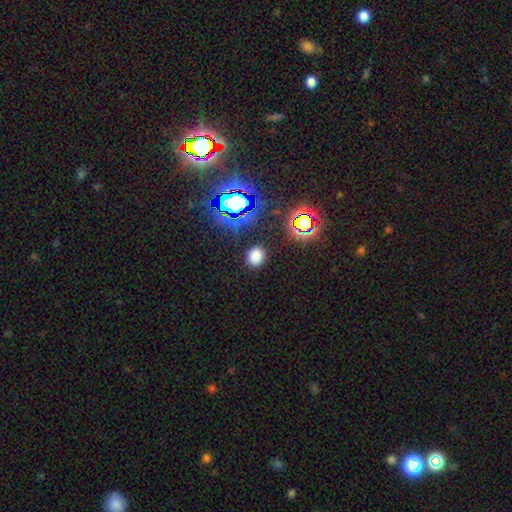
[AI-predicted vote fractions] The model was most divided on "how rounded": round: 66%, in between: 33%, cigar-shaped: 1%. More confident: merging — none (88%); smooth or featured — smooth (73%).